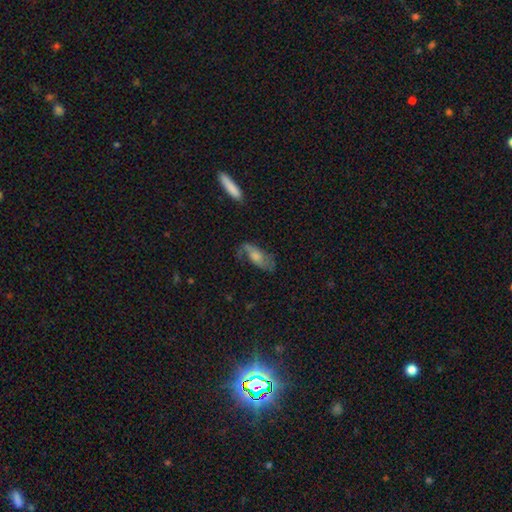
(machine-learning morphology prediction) featured or disk 68%, smooth 23%, star or artifact 9%. Down the decision tree: edge-on disk — no (90%); bar — no (58%); spiral arms — yes (91%); spiral arm count — 2 (79%); spiral winding — loose (47%); bulge size — moderate (51%); merging — none (62%).